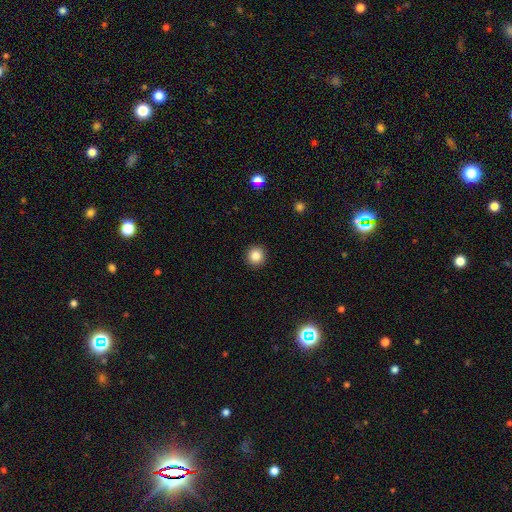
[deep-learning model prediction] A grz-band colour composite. It shows a smooth galaxy with no disk features (86%) that is round (94%). Merging: none (93%).